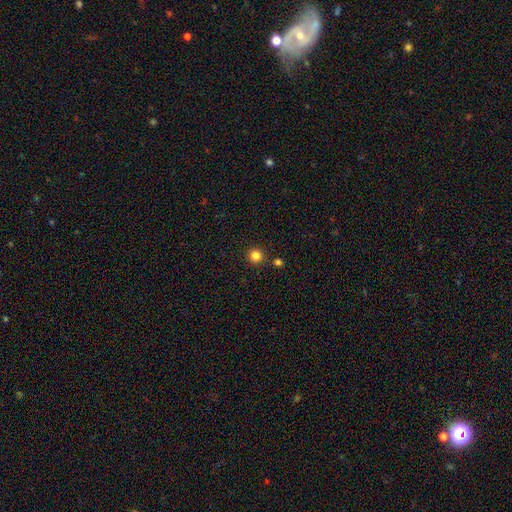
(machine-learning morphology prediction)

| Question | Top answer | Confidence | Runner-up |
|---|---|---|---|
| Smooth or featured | smooth | 83% | star or artifact (13%) |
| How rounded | round | 95% | in between (4%) |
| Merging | none | 89% | minor disturbance (5%) |